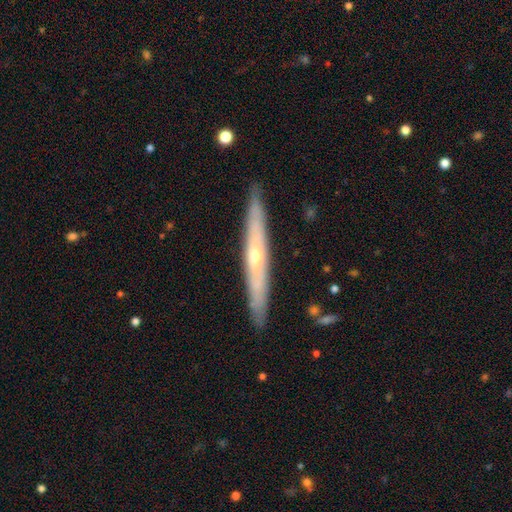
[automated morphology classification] featured or disk 68%, smooth 26%, star or artifact 6%. Down the decision tree: edge-on disk — yes (91%); edge-on bulge — rounded (70%); merging — none (90%).